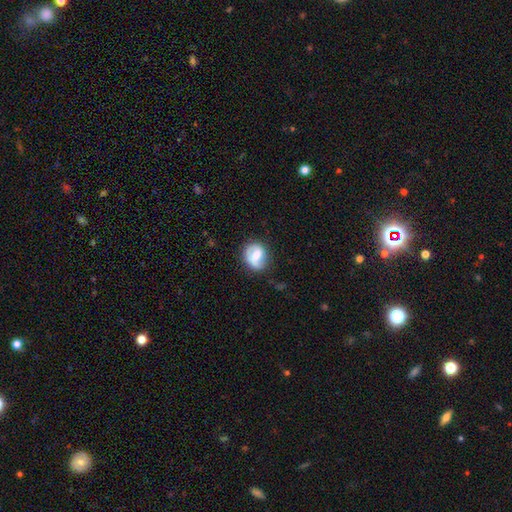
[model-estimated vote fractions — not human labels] Smooth or featured: smooth — 58% (featured or disk — 34%)
How rounded: round — 69% (in between — 30%)
Merging: none — 63% (minor disturbance — 24%)